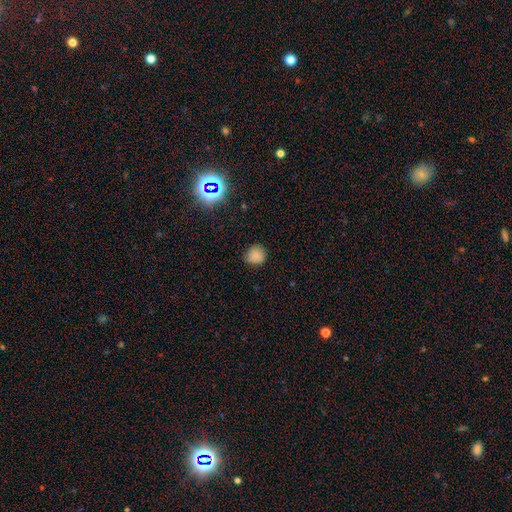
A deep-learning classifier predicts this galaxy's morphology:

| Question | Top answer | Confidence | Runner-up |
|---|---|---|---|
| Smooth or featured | smooth | 82% | star or artifact (14%) |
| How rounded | round | 89% | in between (10%) |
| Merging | none | 83% | minor disturbance (13%) |